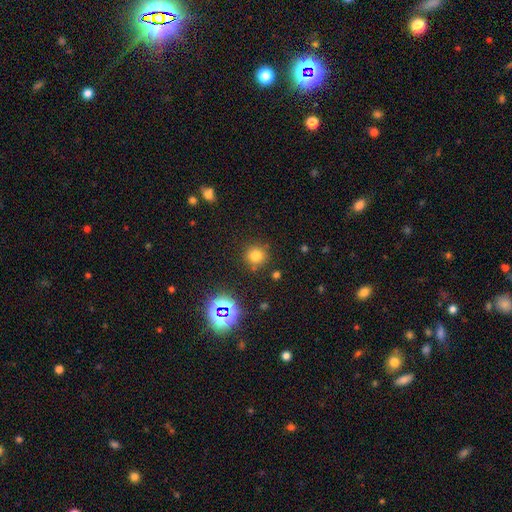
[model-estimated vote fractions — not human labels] Morphology: type=smooth (74%); roundness=round (92%); merging=none (83%).